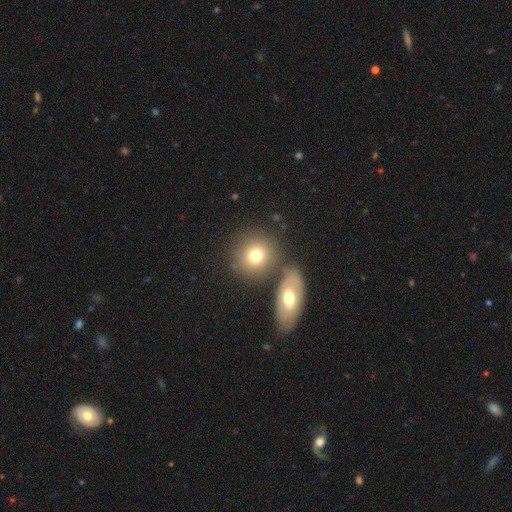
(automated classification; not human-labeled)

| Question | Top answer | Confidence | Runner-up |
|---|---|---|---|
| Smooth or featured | smooth | 73% | featured or disk (17%) |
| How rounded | round | 82% | in between (17%) |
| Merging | none | 64% | merger (23%) |